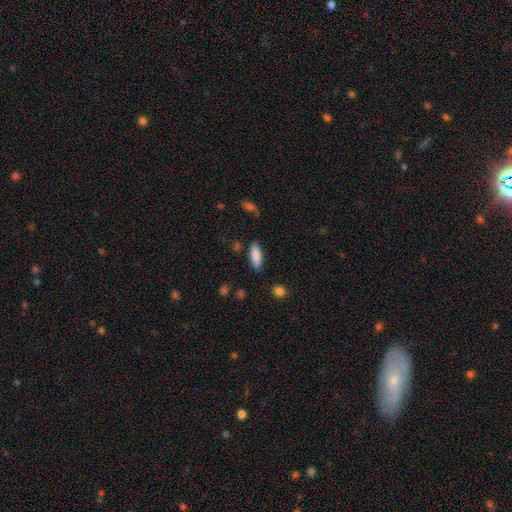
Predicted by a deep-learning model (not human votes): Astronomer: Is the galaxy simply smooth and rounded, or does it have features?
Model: smooth — 87%.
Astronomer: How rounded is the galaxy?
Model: in between — 58% (runner-up: cigar-shaped, 40%).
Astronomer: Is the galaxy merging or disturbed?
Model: none — 84%.